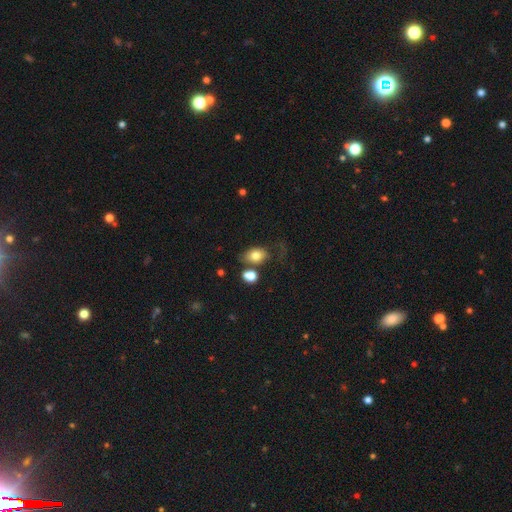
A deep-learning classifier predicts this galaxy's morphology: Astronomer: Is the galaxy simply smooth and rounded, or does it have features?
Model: smooth — 78%.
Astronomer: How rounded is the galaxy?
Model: in between — 75%.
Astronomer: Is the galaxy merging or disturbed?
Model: none — 50%.